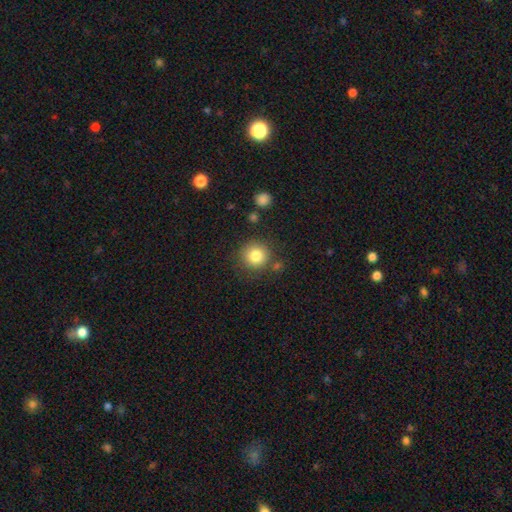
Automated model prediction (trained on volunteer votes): Overall: smooth (82%). How rounded: round (93%). Merging: none (82%).